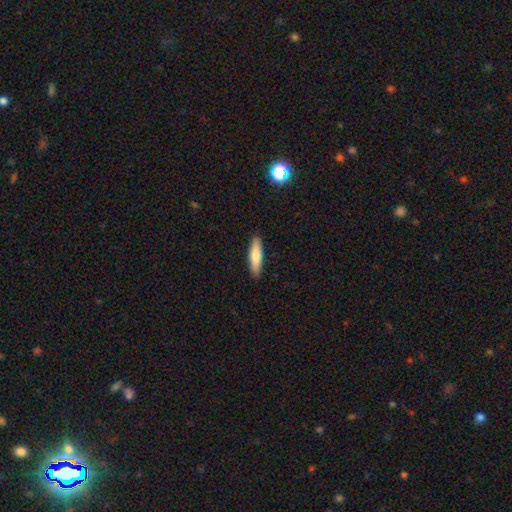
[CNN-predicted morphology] Smooth or featured? smooth (74%)
How rounded? cigar-shaped (71%)
Merging? none (90%)